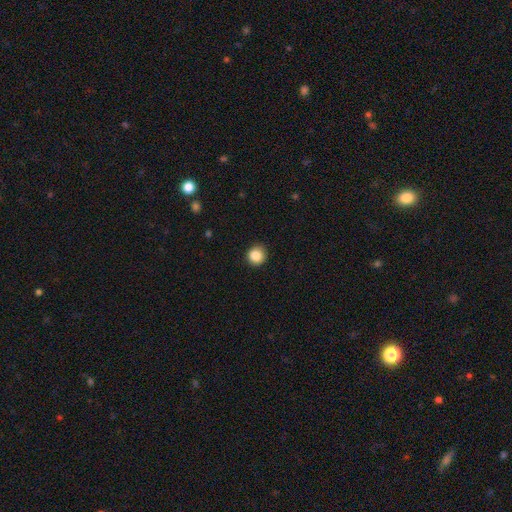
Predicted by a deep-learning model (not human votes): smooth 87%, star or artifact 10%, featured or disk 3%. Down the decision tree: how rounded — round (91%); merging — none (88%).